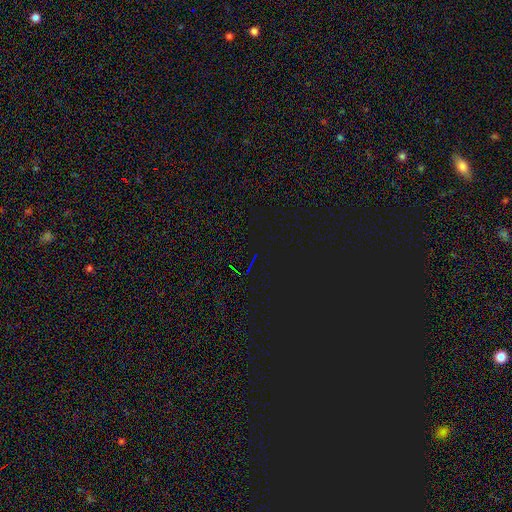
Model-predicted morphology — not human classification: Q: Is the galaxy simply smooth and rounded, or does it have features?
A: star or artifact — 82%.